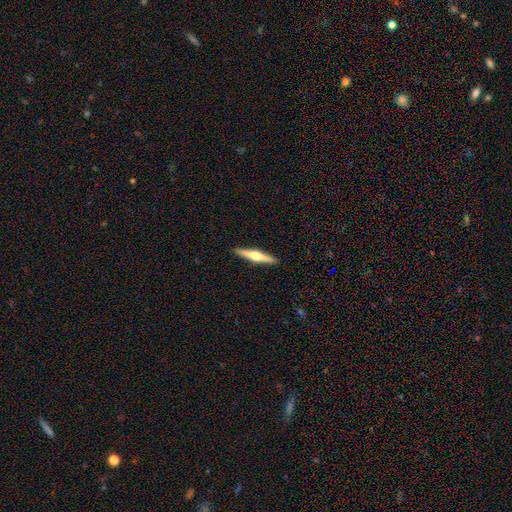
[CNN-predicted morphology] This is likely a featured or disk galaxy (64%). It is clearly viewed edge-on (97%). Edge-on bulge: clearly rounded (93%). Merging: clearly none (92%).